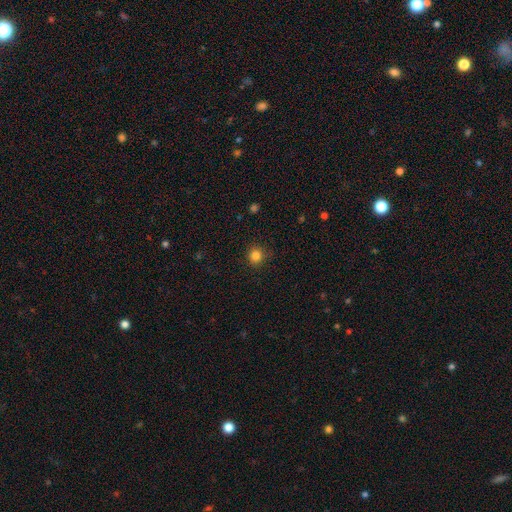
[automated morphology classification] Q: Smooth or featured?
A: smooth (84%); runner-up: star or artifact (12%)
Q: How rounded?
A: round (92%); runner-up: in between (7%)
Q: Merging?
A: none (90%); runner-up: minor disturbance (7%)